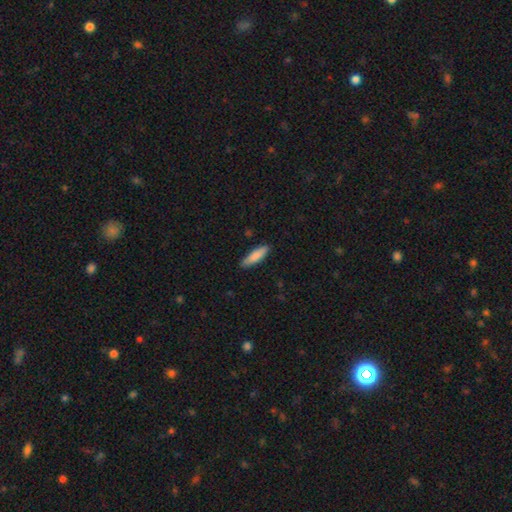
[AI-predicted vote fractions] This is clearly a smooth galaxy (84%). How rounded: likely cigar-shaped (62%). Merging: clearly none (85%).